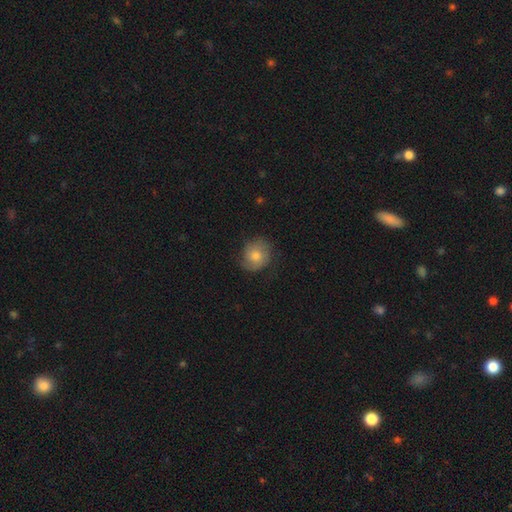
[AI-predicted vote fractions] Q: Smooth or featured?
A: smooth (50%); runner-up: featured or disk (41%)
Q: Merging?
A: none (74%); runner-up: minor disturbance (19%)